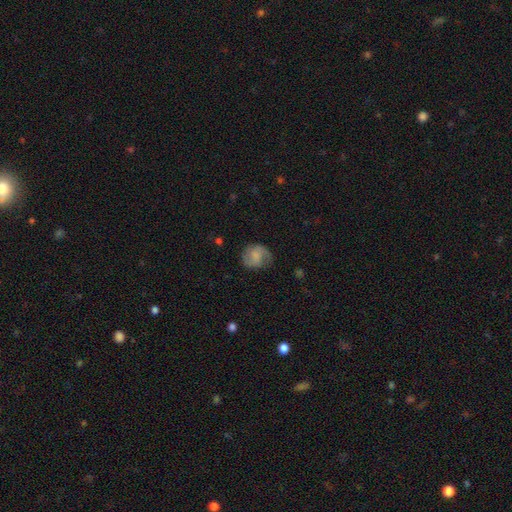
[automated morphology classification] type=smooth (49%); merging=none (67%).